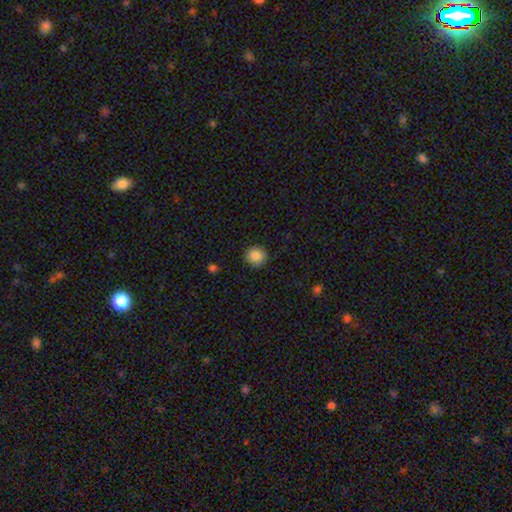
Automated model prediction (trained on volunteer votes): smooth_or_featured: smooth (p=0.87) [alt: star or artifact p=0.09]
how_rounded: round (p=0.91) [alt: in between p=0.08]
merging: none (p=0.89) [alt: minor disturbance p=0.08]